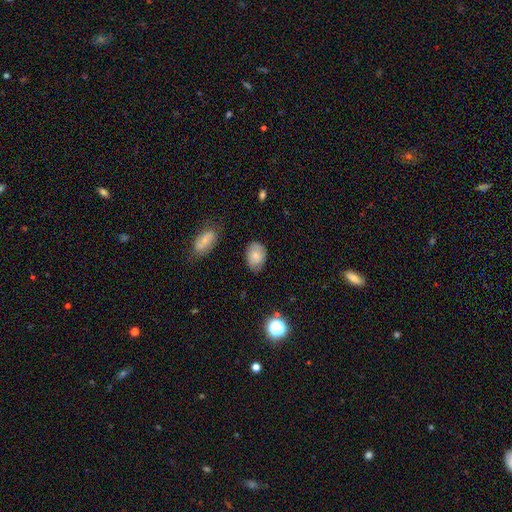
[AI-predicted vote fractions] Overall: smooth (78%). How rounded: in between (77%). Merging: none (75%).